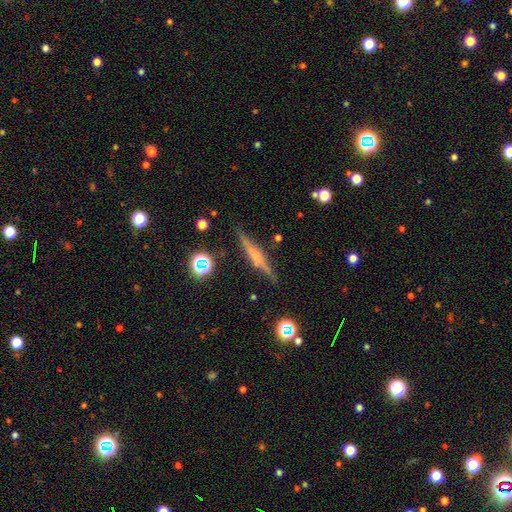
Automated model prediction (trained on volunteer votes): Smooth or featured?
  - featured or disk: 65% *
  - smooth: 26%
  - star or artifact: 10%
Edge-on disk?
  - yes: 97% *
  - no: 3%
Edge-on bulge?
  - rounded: 51% *
  - none: 25%
  - boxy: 24%
Merging?
  - none: 86% *
  - minor disturbance: 10%
  - major disturbance: 2%
  - merger: 2%